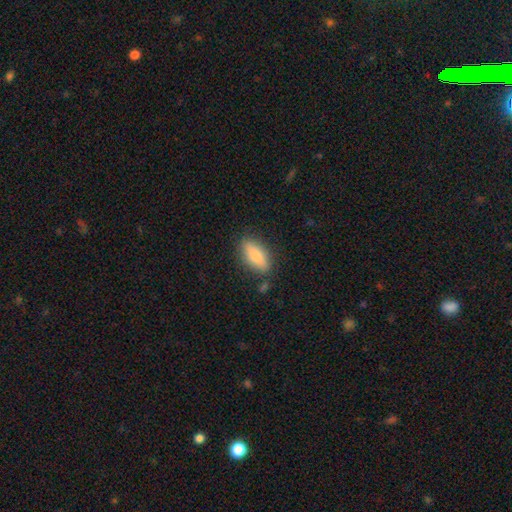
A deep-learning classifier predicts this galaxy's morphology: The model was most divided on "how rounded": in between: 73%, cigar-shaped: 24%, round: 3%. More confident: merging — none (80%); smooth or featured — smooth (76%).